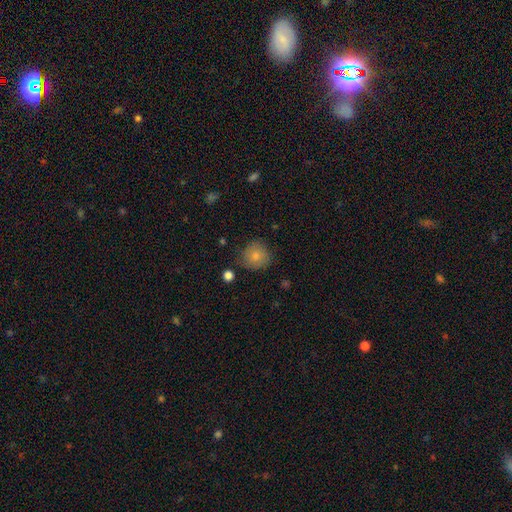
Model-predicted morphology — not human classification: smooth 82%, featured or disk 10%, star or artifact 8%. Down the decision tree: how rounded — round (90%); merging — none (77%).